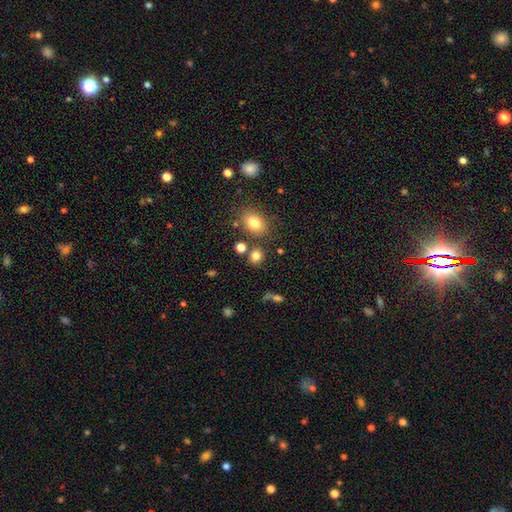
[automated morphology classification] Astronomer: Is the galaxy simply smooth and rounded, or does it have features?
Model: smooth — 80%.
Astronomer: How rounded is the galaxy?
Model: round — 69%.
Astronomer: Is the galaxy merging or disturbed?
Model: none — 76%.